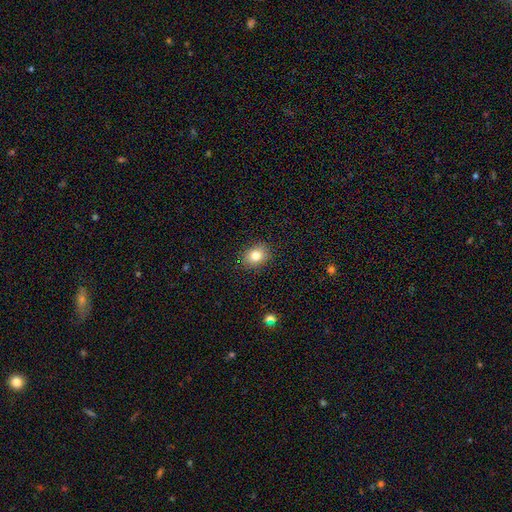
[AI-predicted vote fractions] Q: Smooth or featured?
A: smooth (82%); runner-up: star or artifact (10%)
Q: How rounded?
A: round (51%); runner-up: in between (48%)
Q: Merging?
A: none (88%); runner-up: minor disturbance (9%)